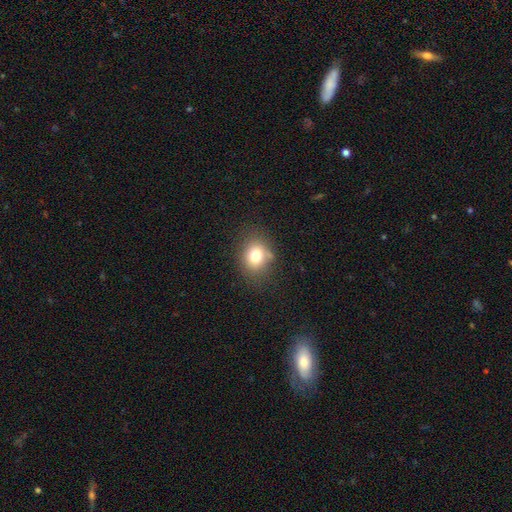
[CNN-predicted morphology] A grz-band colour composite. It shows a smooth galaxy with no disk features (75%) that is round (57%). Merging: none (74%).